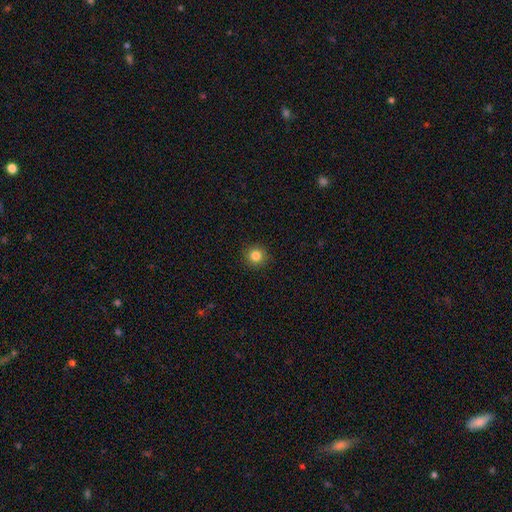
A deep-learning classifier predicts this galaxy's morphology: This is clearly a smooth galaxy (84%). How rounded: clearly round (93%). Merging: clearly none (91%).